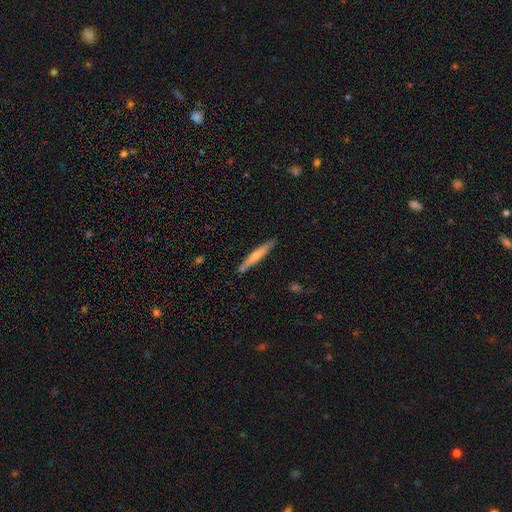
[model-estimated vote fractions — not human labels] smooth-or-featured: smooth: 57% | featured or disk: 38% | star or artifact: 5%
  how-rounded: cigar-shaped: 94% | in between: 5% | round: 1%
  merging: none: 84% | minor disturbance: 11% | merger: 3% | major disturbance: 2%